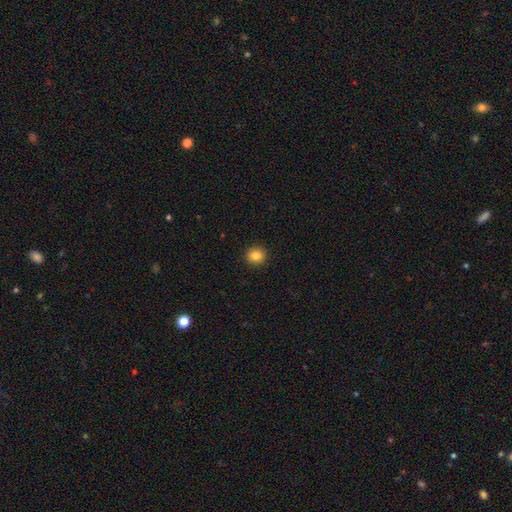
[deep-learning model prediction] The model was most divided on "smooth or featured": smooth: 83%, star or artifact: 10%, featured or disk: 6%. More confident: merging — none (93%); how rounded — round (91%).